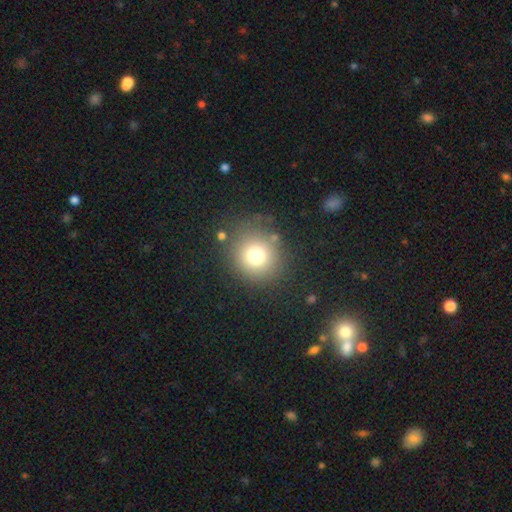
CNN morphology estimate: This is likely a smooth galaxy (74%). How rounded: clearly round (91%). Merging: clearly none (81%).